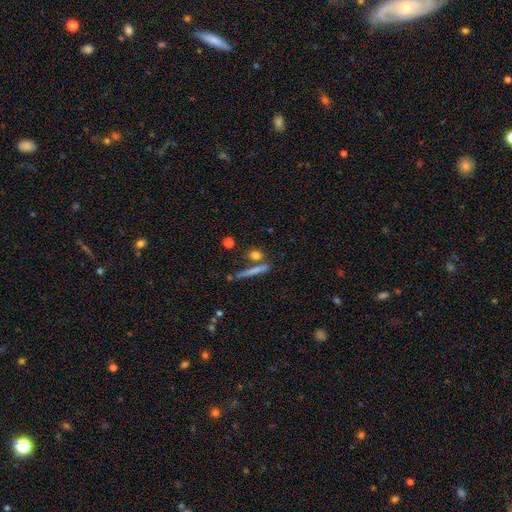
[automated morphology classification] A smooth galaxy with no disk features (74%) that is cigar-shaped (44%).

Vote fractions:
- Smooth or featured? smooth: 74% / featured or disk: 15% / star or artifact: 11%
- How rounded? cigar-shaped: 44% / round: 32% / in between: 24%
- Merging? none: 68% / merger: 16% / minor disturbance: 11% / major disturbance: 5%